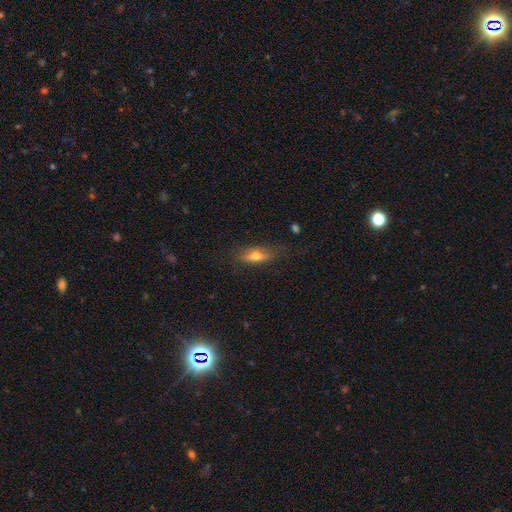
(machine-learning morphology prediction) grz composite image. It shows a smooth galaxy with no disk features (57%) that is in between round and cigar-shaped (55%). Merging: none (73%).